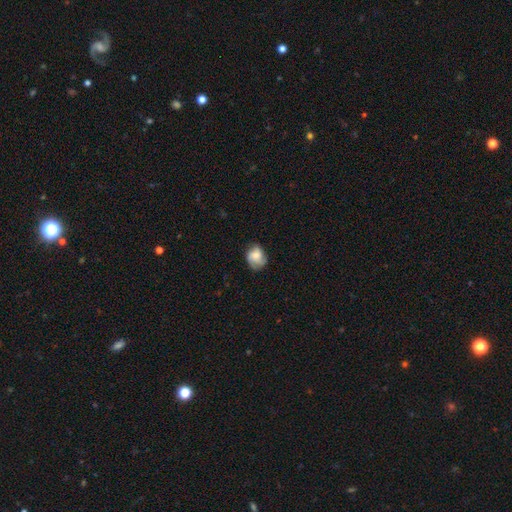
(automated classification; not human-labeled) smooth_or_featured: smooth (p=0.47) [alt: featured or disk p=0.45]
merging: none (p=0.66) [alt: minor disturbance p=0.24]